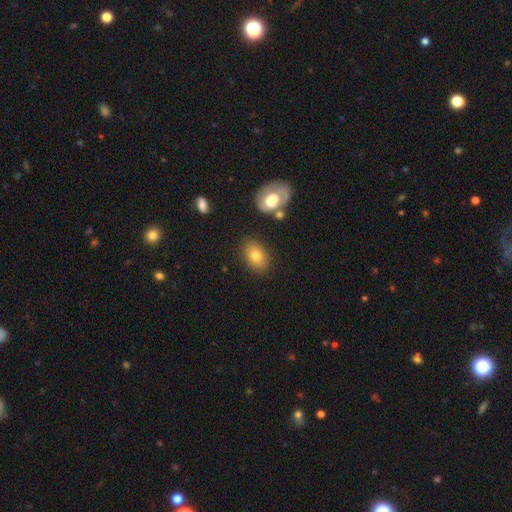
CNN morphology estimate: smooth-or-featured: smooth: 76% | featured or disk: 14% | star or artifact: 10%
  how-rounded: in between: 79% | round: 20% | cigar-shaped: 1%
  merging: none: 82% | minor disturbance: 11% | merger: 4% | major disturbance: 3%